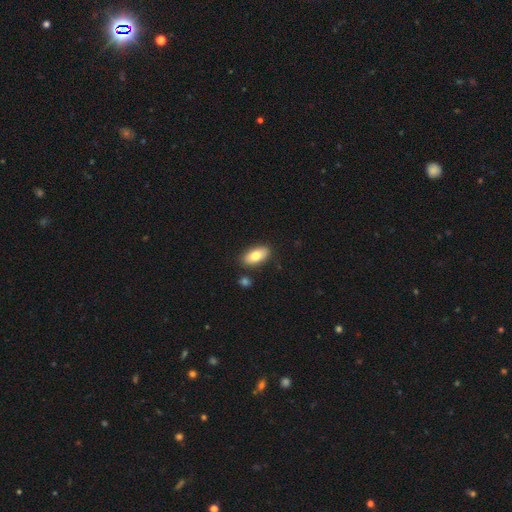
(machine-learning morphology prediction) This appears to be a smooth galaxy with no disk features (79%) that is in between round and cigar-shaped (92%). Merging: none (85%).